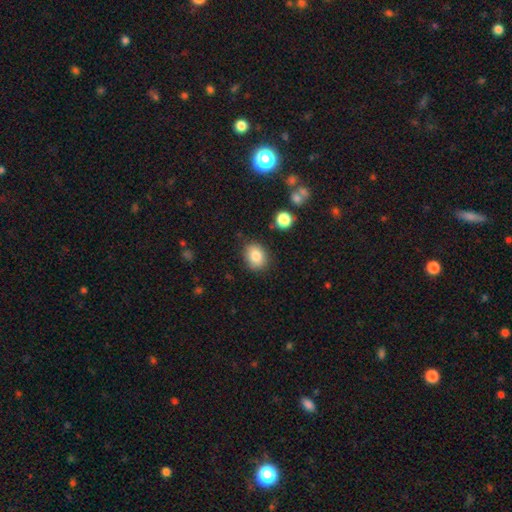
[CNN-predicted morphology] Smooth or featured? Predicted: smooth (p=0.83). How rounded? Predicted: in between (p=0.53). Merging? Predicted: none (p=0.83).